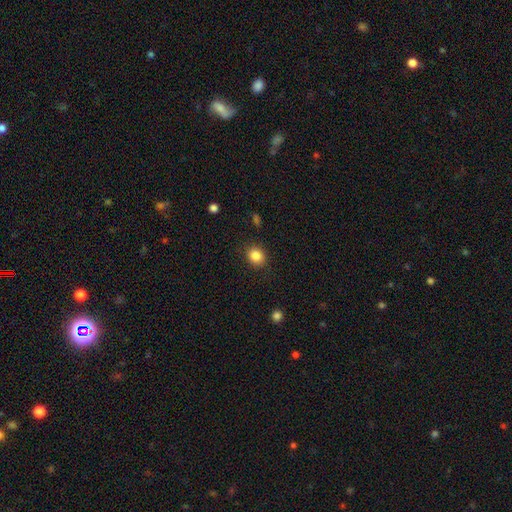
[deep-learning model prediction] A smooth galaxy with no disk features (86%) that is round (65%).

Vote fractions:
- Smooth or featured? smooth: 86% / star or artifact: 10% / featured or disk: 5%
- How rounded? round: 65% / in between: 34% / cigar-shaped: 1%
- Merging? none: 88% / minor disturbance: 8% / major disturbance: 2% / merger: 1%